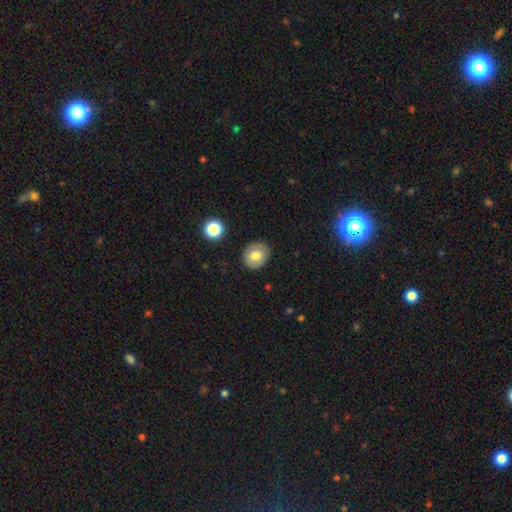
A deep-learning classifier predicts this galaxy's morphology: Smooth or featured?
  - smooth: 73% *
  - featured or disk: 18%
  - star or artifact: 9%
How rounded?
  - round: 66% *
  - in between: 33%
  - cigar-shaped: 1%
Merging?
  - none: 86% *
  - minor disturbance: 10%
  - major disturbance: 2%
  - merger: 1%